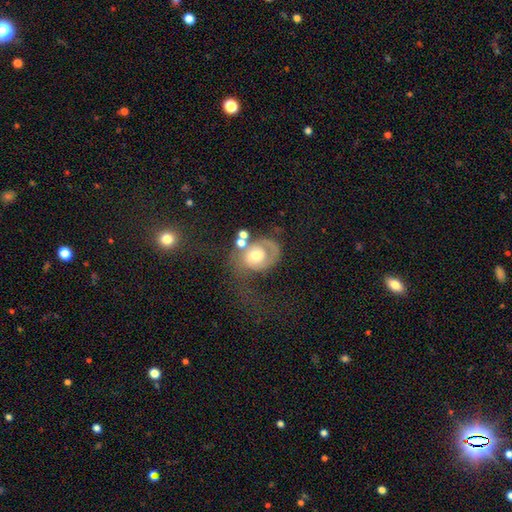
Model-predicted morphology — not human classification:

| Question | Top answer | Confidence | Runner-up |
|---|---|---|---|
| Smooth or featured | featured or disk | 60% | smooth (32%) |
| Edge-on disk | no | 97% | yes (3%) |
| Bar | no | 83% | weak (14%) |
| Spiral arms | yes | 65% | no (35%) |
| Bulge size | moderate | 63% | large (17%) |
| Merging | major disturbance | 40% | none (29%) |